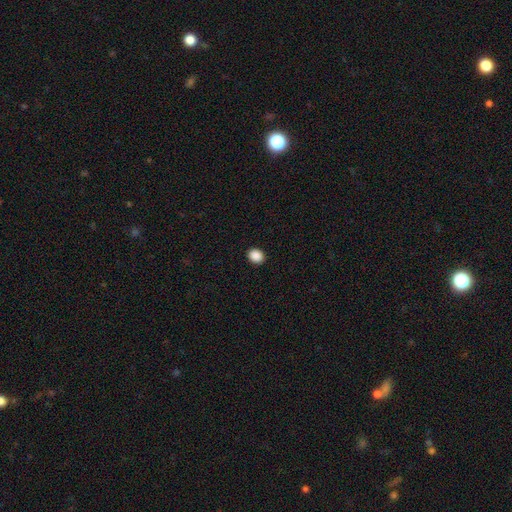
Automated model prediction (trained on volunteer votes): smooth_or_featured: smooth (p=0.89) [alt: star or artifact p=0.09]
how_rounded: round (p=0.61) [alt: in between p=0.38]
merging: none (p=0.92) [alt: minor disturbance p=0.05]